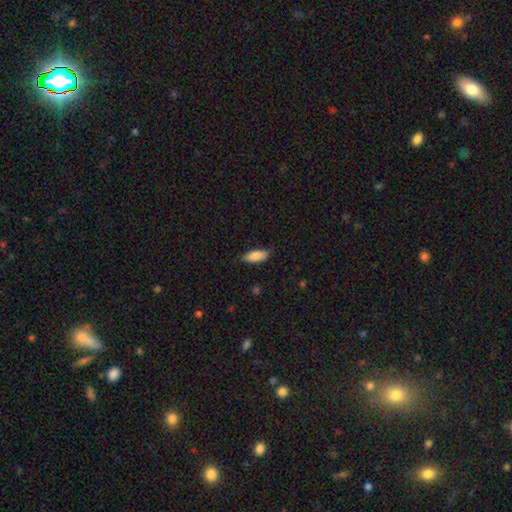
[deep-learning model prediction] The model was most divided on "how rounded": in between: 76%, cigar-shaped: 22%, round: 2%. More confident: smooth or featured — smooth (85%); merging — none (80%).